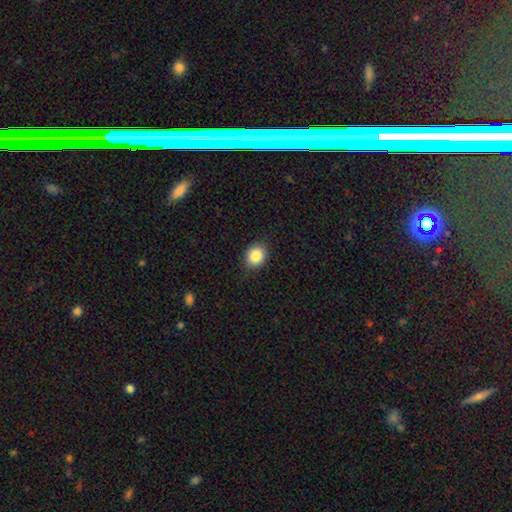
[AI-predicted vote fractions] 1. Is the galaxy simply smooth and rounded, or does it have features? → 86% smooth, 9% star or artifact, 5% featured or disk.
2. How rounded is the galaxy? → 62% round, 37% in between, 1% cigar-shaped.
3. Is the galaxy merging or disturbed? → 84% none, 13% minor disturbance, 3% major disturbance, 1% merger.